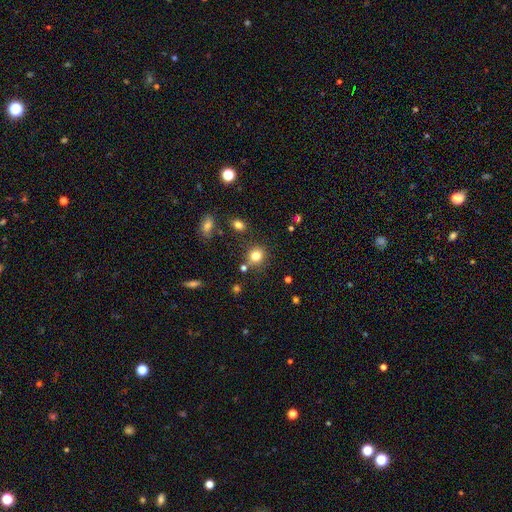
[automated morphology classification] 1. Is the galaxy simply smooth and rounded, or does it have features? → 79% smooth, 14% star or artifact, 7% featured or disk.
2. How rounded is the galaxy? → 82% round, 17% in between, 1% cigar-shaped.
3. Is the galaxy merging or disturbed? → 79% none, 10% minor disturbance, 7% merger, 3% major disturbance.